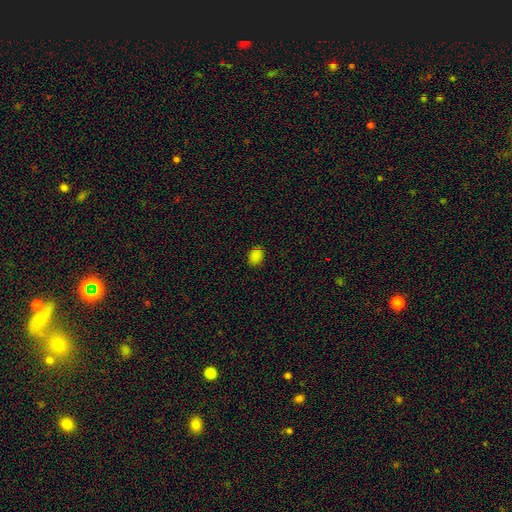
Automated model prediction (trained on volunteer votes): smooth 83%, star or artifact 14%, featured or disk 3%. Down the decision tree: how rounded — in between (66%); merging — none (87%).